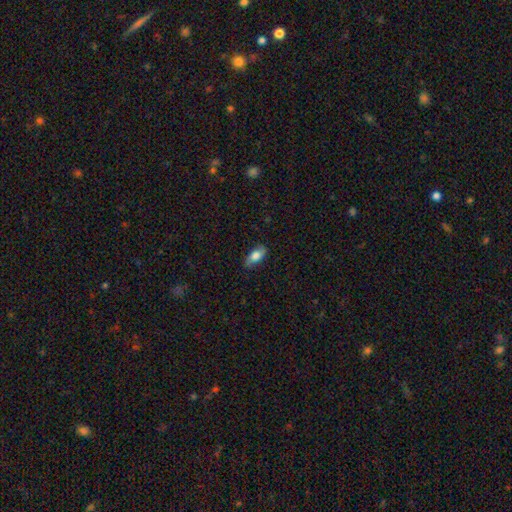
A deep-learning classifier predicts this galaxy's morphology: Overall: smooth (70%). How rounded: in between (84%). Merging: none (80%).